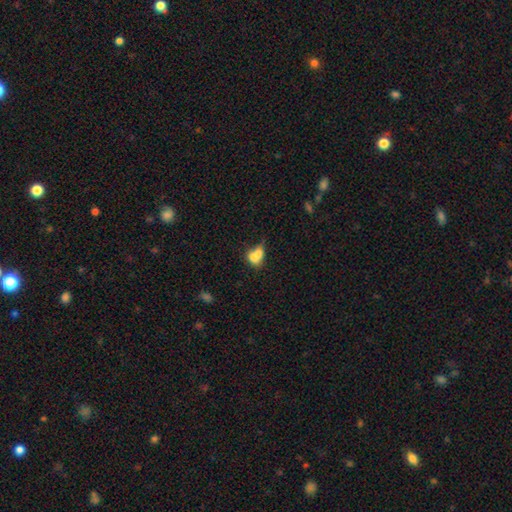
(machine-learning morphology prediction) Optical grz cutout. It shows a smooth galaxy with no disk features (69%) that is in between round and cigar-shaped (56%). Merging: merger (67%).